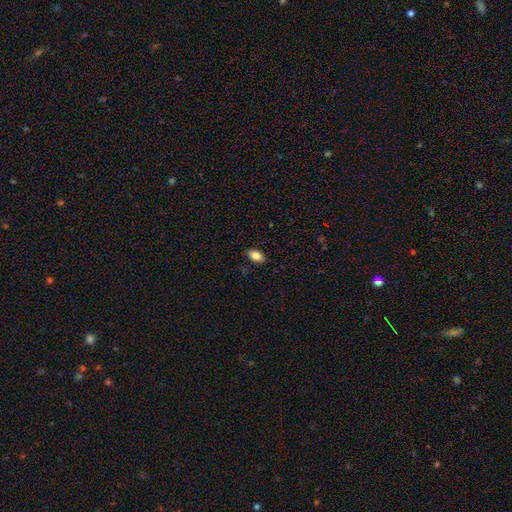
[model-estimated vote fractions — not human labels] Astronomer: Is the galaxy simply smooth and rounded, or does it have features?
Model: smooth — 83%.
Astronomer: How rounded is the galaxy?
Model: in between — 90%.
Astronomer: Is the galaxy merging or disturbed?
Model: none — 87%.